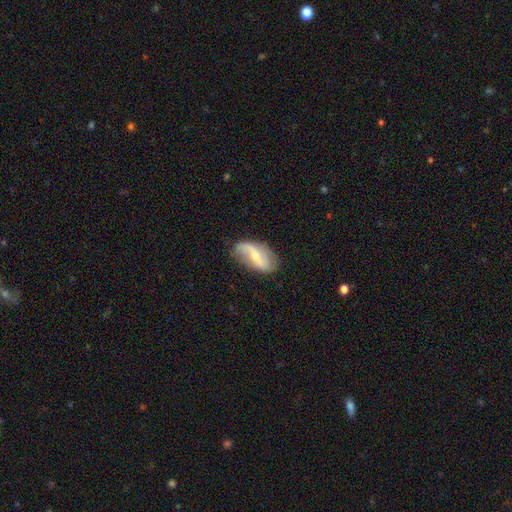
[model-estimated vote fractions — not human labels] smooth-or-featured: featured or disk: 73% | smooth: 20% | star or artifact: 6%
  disk-edge-on: no: 95% | yes: 5%
    bar: weak: 41% | no: 32% | strong: 27%
    has-spiral-arms: yes: 91% | no: 9%
      spiral-winding: loose: 77% | medium: 17% | tight: 6%
      spiral-arm-count: 2: 88% | can't tell: 5% | 1: 4% | 3: 1% | 4: 1% | more than 4: 1%
    bulge-size: small: 57% | moderate: 37% | none: 3% | large: 2% | dominant: 1%
  merging: none: 74% | minor disturbance: 19% | major disturbance: 6% | merger: 2%